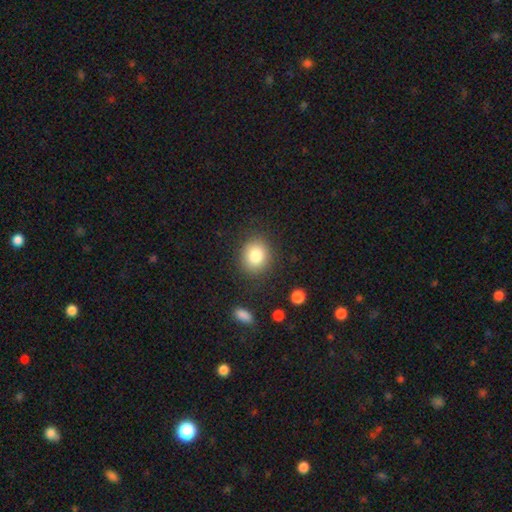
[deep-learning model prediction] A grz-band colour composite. It shows a smooth galaxy with no disk features (83%) that is round (66%). Merging: none (85%).